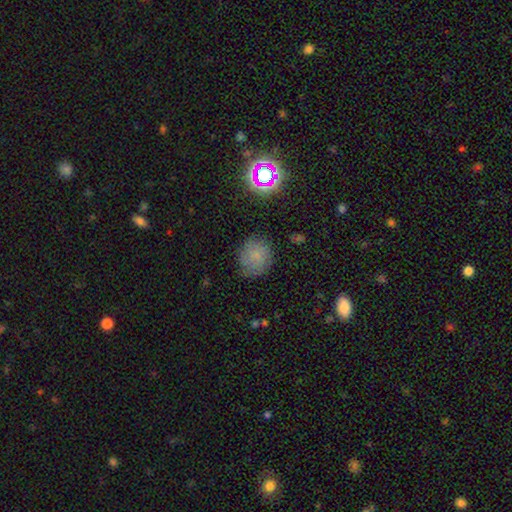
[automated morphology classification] Smooth or featured?
  - smooth: 65% *
  - featured or disk: 18%
  - star or artifact: 17%
How rounded?
  - round: 83% *
  - in between: 16%
  - cigar-shaped: 1%
Merging?
  - none: 74% *
  - minor disturbance: 18%
  - major disturbance: 6%
  - merger: 2%